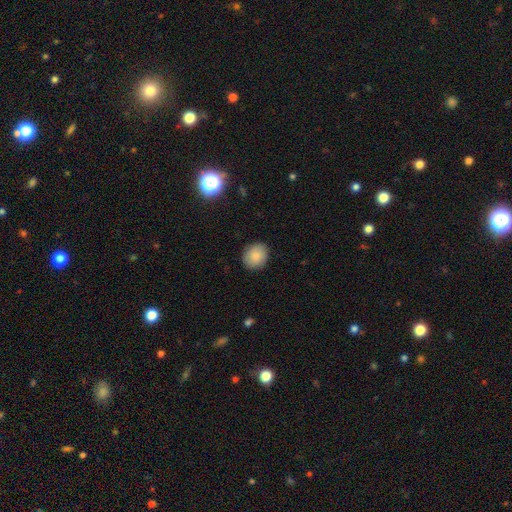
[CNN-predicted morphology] This is clearly a smooth galaxy (84%). How rounded: likely round (68%). Merging: clearly none (86%).